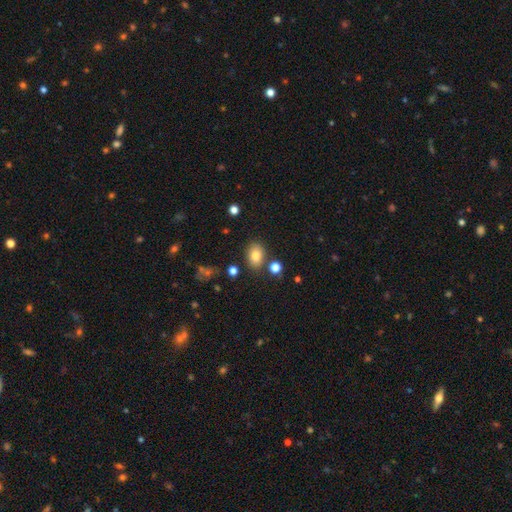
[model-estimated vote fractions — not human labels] smooth 81%, star or artifact 11%, featured or disk 8%. Down the decision tree: how rounded — in between (74%); merging — none (80%).